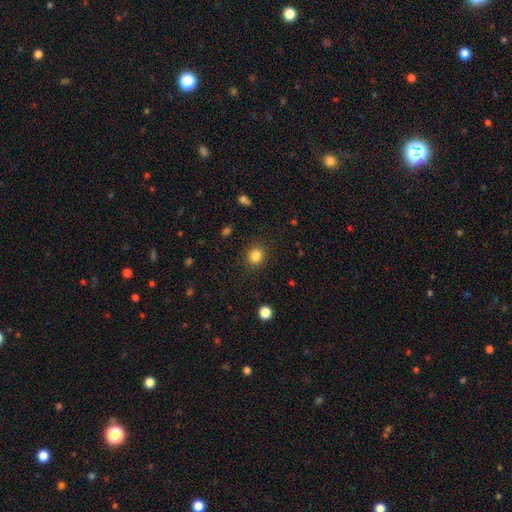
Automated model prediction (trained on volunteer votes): Smooth or featured: smooth — 84% (star or artifact — 11%)
How rounded: round — 83% (in between — 17%)
Merging: none — 89% (minor disturbance — 7%)